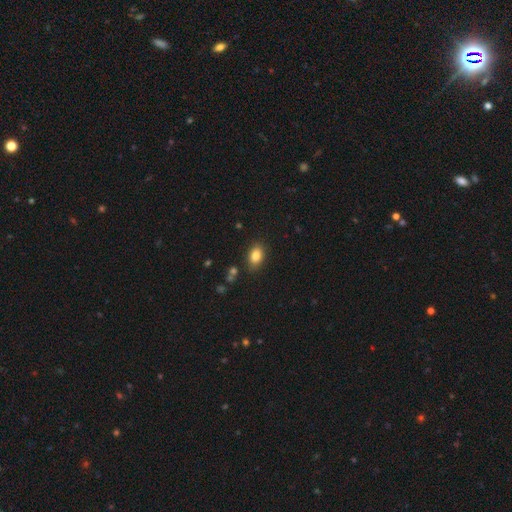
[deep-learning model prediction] Smooth or featured: smooth — 84% (star or artifact — 9%)
How rounded: in between — 82% (round — 16%)
Merging: none — 84% (minor disturbance — 11%)